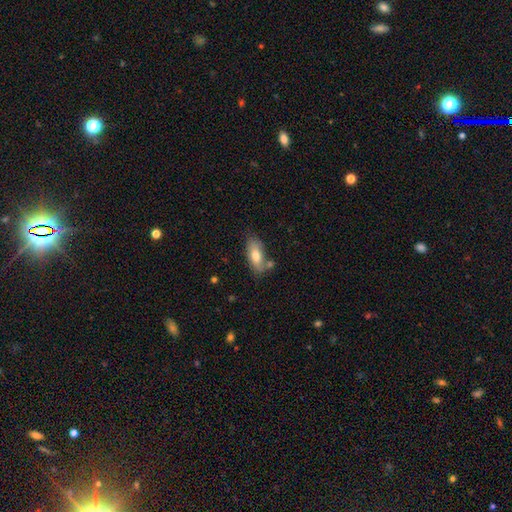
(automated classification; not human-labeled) smooth_or_featured: smooth (p=0.75) [alt: featured or disk p=0.19]
how_rounded: in between (p=0.82) [alt: cigar-shaped p=0.15]
merging: none (p=0.66) [alt: minor disturbance p=0.19]